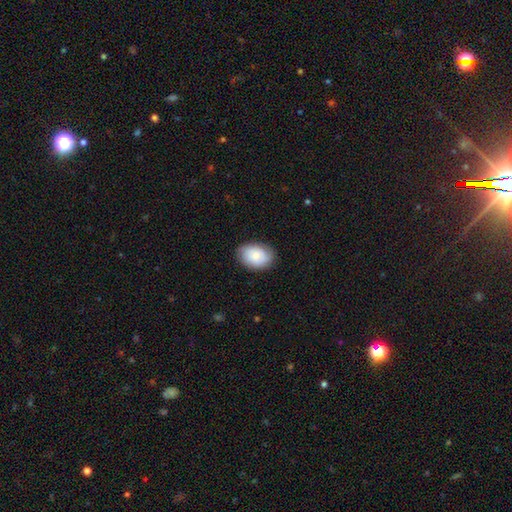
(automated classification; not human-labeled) The model was most divided on "smooth or featured": smooth: 75%, featured or disk: 18%, star or artifact: 7%. More confident: merging — none (82%); how rounded — in between (79%).